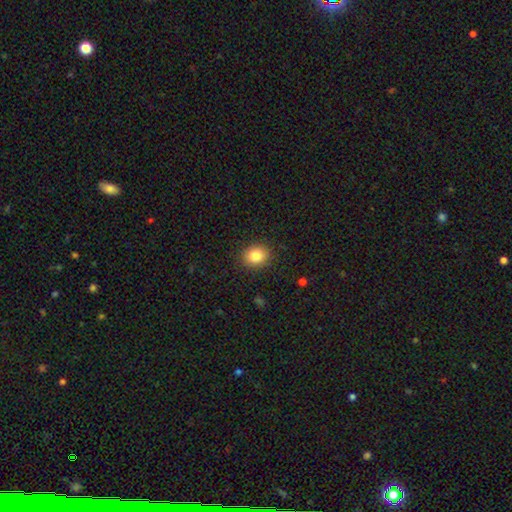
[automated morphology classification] Q: Smooth or featured?
A: smooth (83%); runner-up: star or artifact (10%)
Q: How rounded?
A: round (62%); runner-up: in between (37%)
Q: Merging?
A: none (89%); runner-up: minor disturbance (8%)